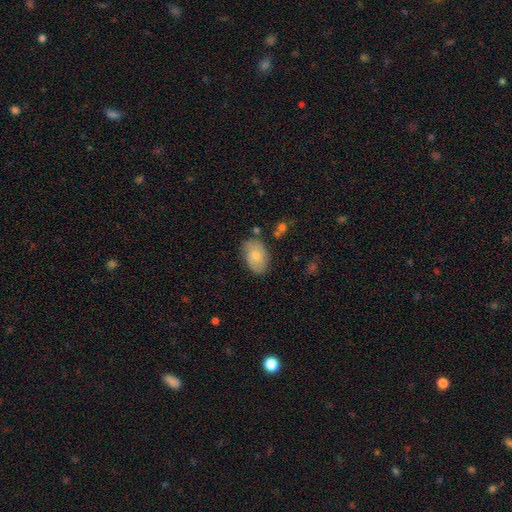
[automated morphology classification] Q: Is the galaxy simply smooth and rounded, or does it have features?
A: smooth — 67%.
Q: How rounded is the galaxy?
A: in between — 89%.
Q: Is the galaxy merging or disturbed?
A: none — 75%.